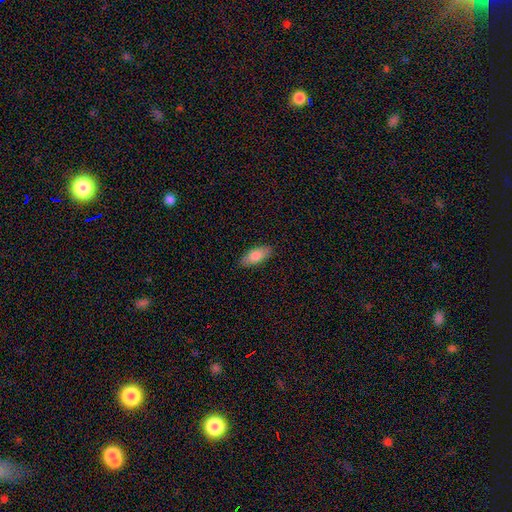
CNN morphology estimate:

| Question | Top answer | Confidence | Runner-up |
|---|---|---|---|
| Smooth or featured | smooth | 81% | featured or disk (12%) |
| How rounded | in between | 84% | cigar-shaped (14%) |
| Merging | none | 88% | minor disturbance (9%) |